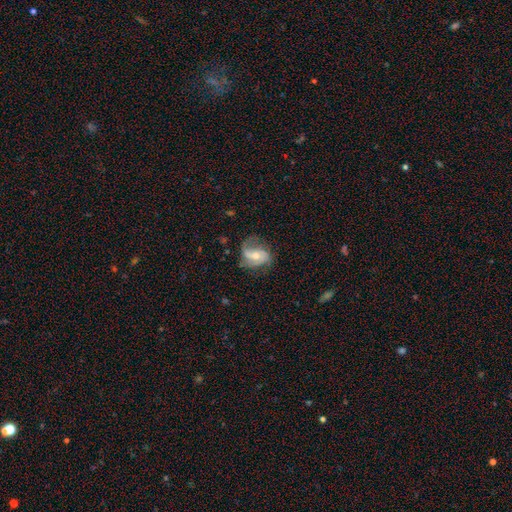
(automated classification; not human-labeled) A featured or disk galaxy (73%) with no bar (45%), 2 (71%) loose (47%) spiral arms (91%) and a moderate central bulge (53%). Merging: none (56%).